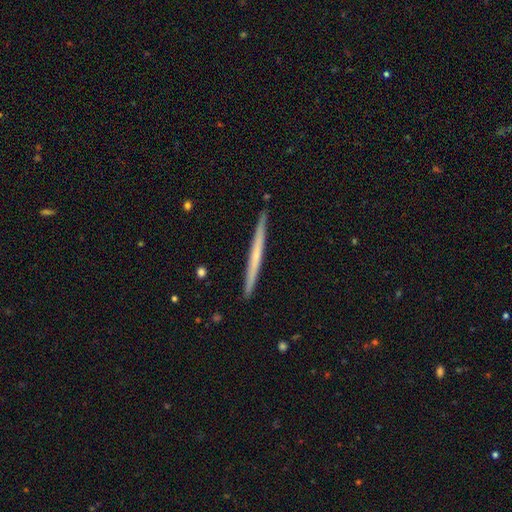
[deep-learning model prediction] smooth-or-featured: featured or disk: 52% | smooth: 43% | star or artifact: 5%
  disk-edge-on: yes: 98% | no: 2%
    edge-on-bulge: none: 86% | rounded: 11% | boxy: 3%
  merging: none: 92% | minor disturbance: 6% | major disturbance: 1% | merger: 1%